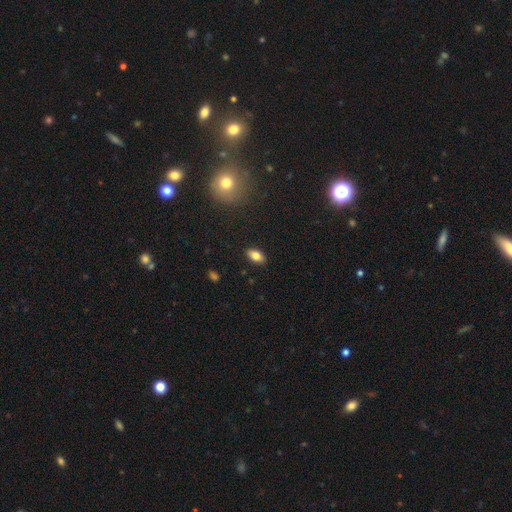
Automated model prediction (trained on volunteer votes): A smooth galaxy with no disk features (81%) that is in between round and cigar-shaped (90%). Merging: none (88%).